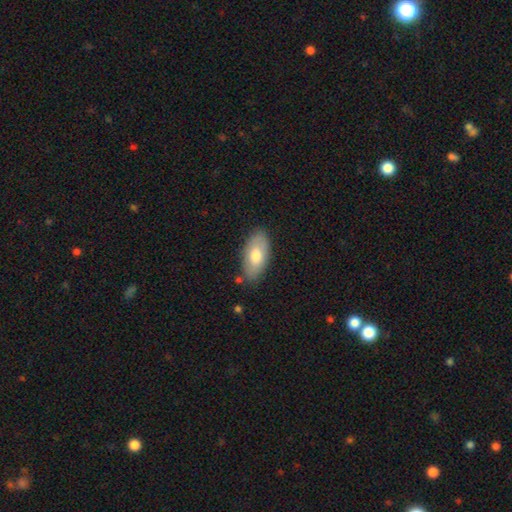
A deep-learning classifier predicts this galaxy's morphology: type=smooth (70%); roundness=in between (92%); merging=none (79%).